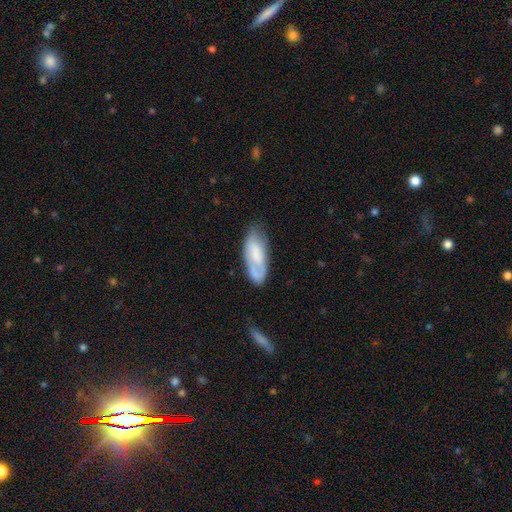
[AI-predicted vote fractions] A smooth galaxy with no disk features (57%) that is in between round and cigar-shaped (76%).

Vote fractions:
- Smooth or featured? smooth: 57% / featured or disk: 36% / star or artifact: 7%
- How rounded? in between: 76% / cigar-shaped: 22% / round: 2%
- Merging? none: 58% / minor disturbance: 28% / major disturbance: 11% / merger: 4%